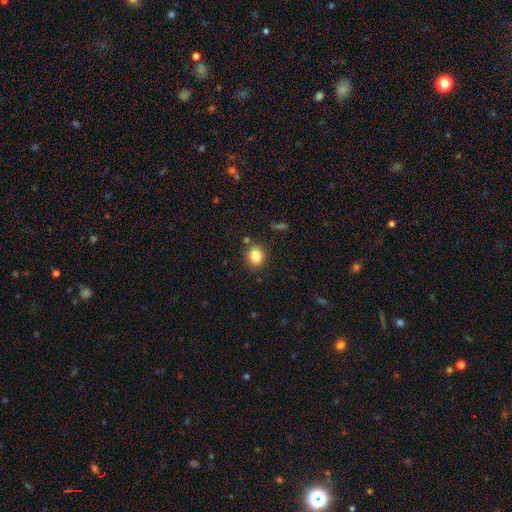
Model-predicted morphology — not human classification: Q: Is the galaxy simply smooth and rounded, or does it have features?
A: smooth — 85%.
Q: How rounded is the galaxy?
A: round — 68%.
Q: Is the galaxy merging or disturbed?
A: none — 80%.